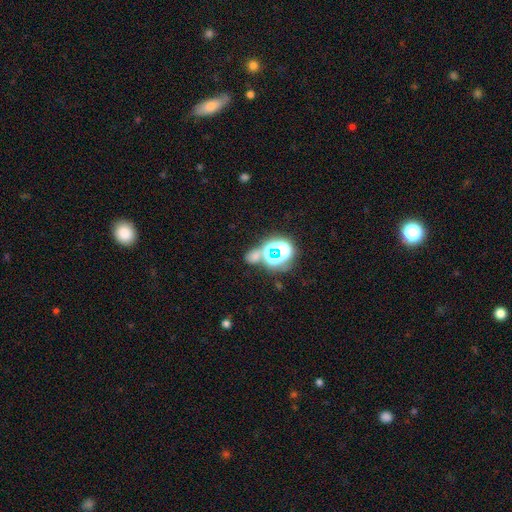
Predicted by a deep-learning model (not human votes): This is possibly a star or artifact rather than a galaxy (52%).